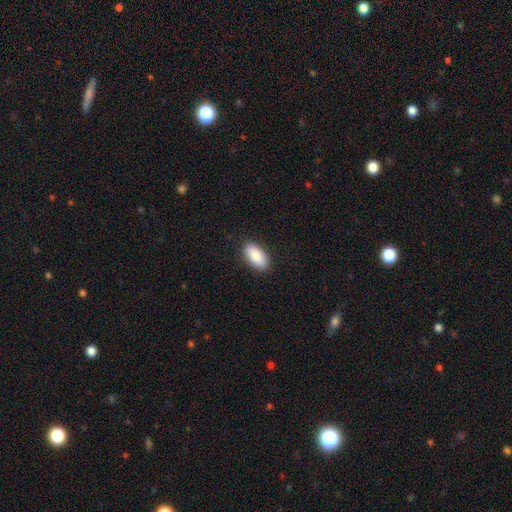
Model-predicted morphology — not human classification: A smooth galaxy with no disk features (88%) that is in between round and cigar-shaped (92%).

Vote fractions:
- Smooth or featured? smooth: 88% / featured or disk: 6% / star or artifact: 6%
- How rounded? in between: 92% / cigar-shaped: 6% / round: 2%
- Merging? none: 89% / minor disturbance: 9% / major disturbance: 2% / merger: 1%